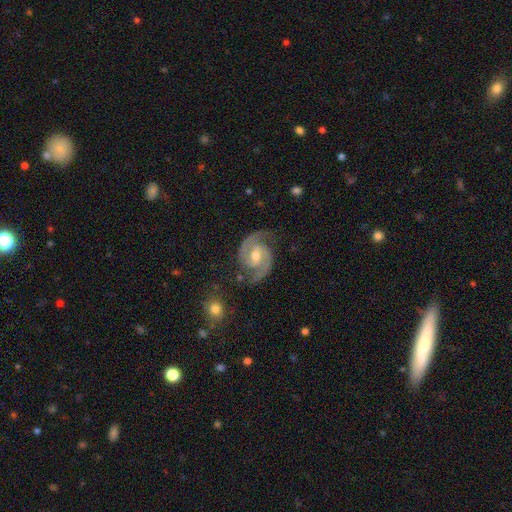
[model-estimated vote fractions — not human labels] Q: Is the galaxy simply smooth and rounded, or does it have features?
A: featured or disk — 92%.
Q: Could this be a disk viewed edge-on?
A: no — 98%.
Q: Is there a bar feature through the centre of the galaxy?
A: weak — 49%.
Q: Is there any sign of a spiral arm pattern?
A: yes — 98%.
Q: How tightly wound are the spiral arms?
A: medium — 59%.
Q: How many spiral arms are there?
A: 2 — 94%.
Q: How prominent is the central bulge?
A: moderate — 67%.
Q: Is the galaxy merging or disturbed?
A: none — 79%.